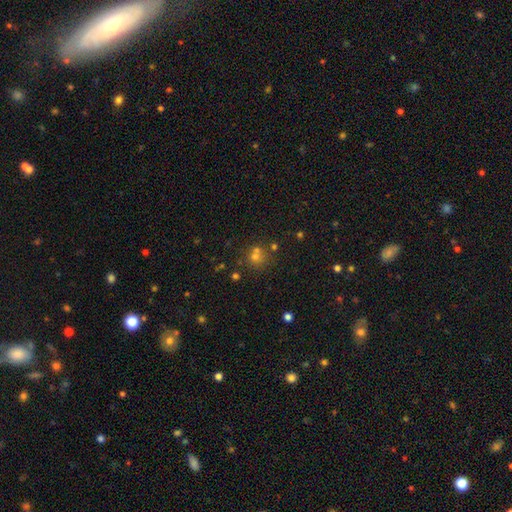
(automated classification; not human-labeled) Smooth or featured: smooth — 58% (star or artifact — 30%)
How rounded: round — 87% (in between — 12%)
Merging: none — 62% (merger — 26%)